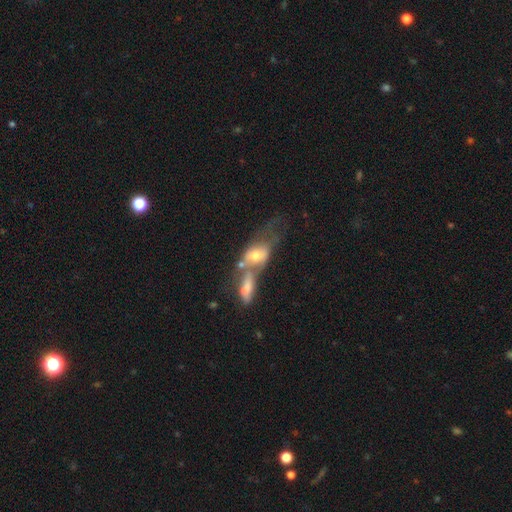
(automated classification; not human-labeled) Smooth or featured: smooth — 49% (featured or disk — 42%)
Merging: merger — 60% (none — 15%)